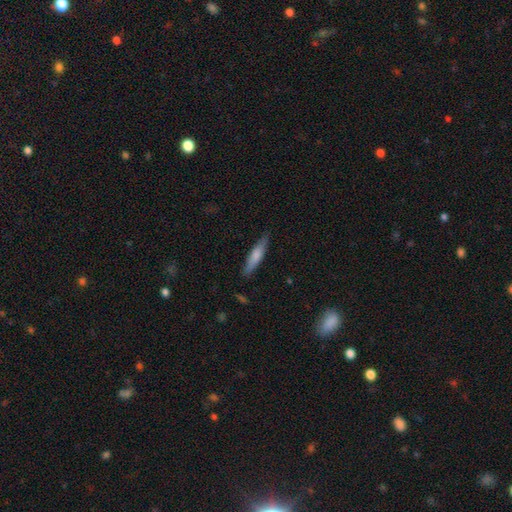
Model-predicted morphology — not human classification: This appears to be a smooth galaxy with no disk features (67%) that is cigar-shaped (83%). Merging: none (85%).